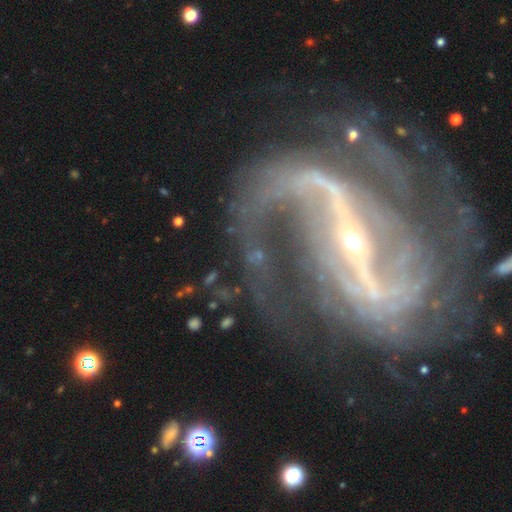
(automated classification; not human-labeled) This appears to be a featured or disk galaxy (92%) with a strong bar (79%), 2 (76%) medium (45%) spiral arms (97%) and a small central bulge (88%). Merging: none (55%).